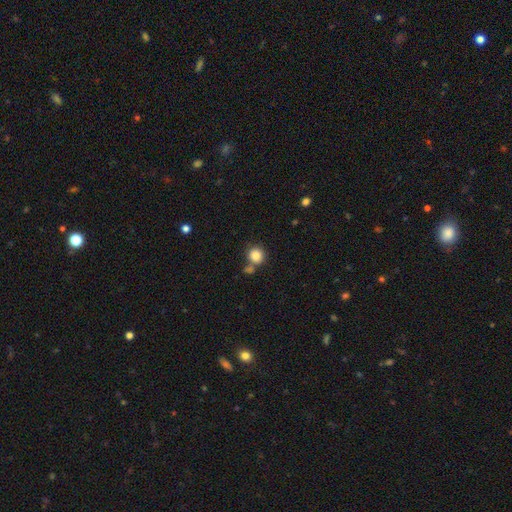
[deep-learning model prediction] This appears to be a smooth galaxy with no disk features (86%) that is round (89%). Merging: none (63%).